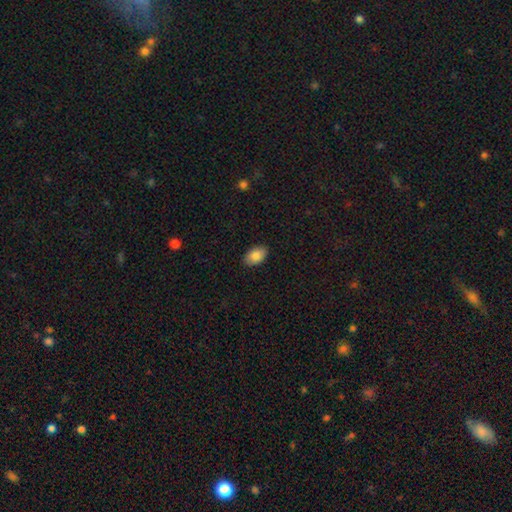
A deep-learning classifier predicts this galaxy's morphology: Smooth or featured? Predicted: smooth (p=0.85). How rounded? Predicted: in between (p=0.93). Merging? Predicted: none (p=0.89).